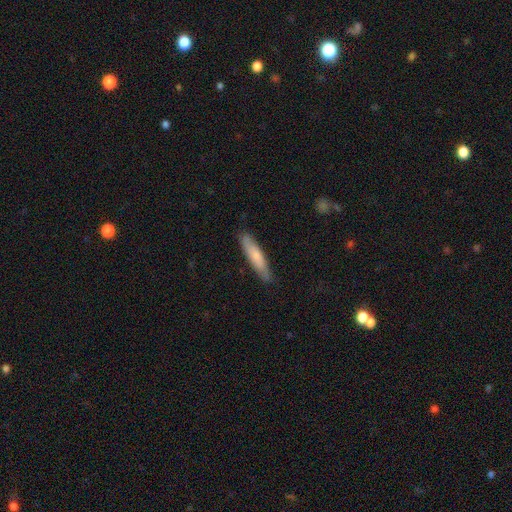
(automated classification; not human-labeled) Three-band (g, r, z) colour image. It shows a smooth galaxy with no disk features (71%) that is cigar-shaped (84%). Merging: none (84%).